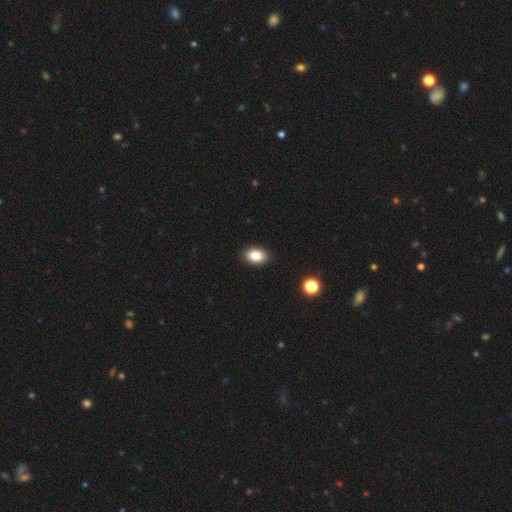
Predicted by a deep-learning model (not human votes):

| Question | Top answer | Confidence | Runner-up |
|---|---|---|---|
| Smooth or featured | smooth | 84% | star or artifact (9%) |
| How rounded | in between | 80% | round (19%) |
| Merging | none | 90% | minor disturbance (7%) |